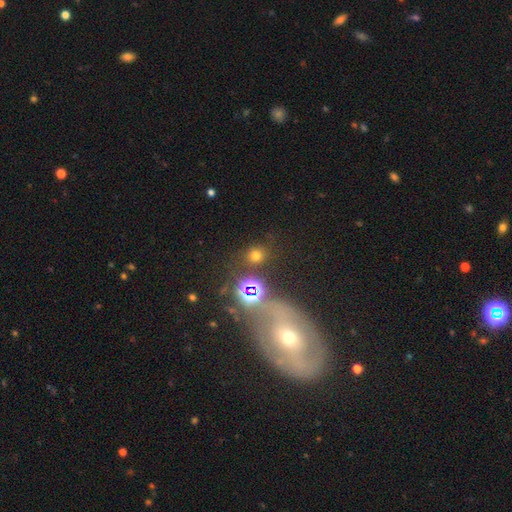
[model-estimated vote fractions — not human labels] A smooth galaxy with no disk features (61%) that is round (78%). Merging: none (81%).